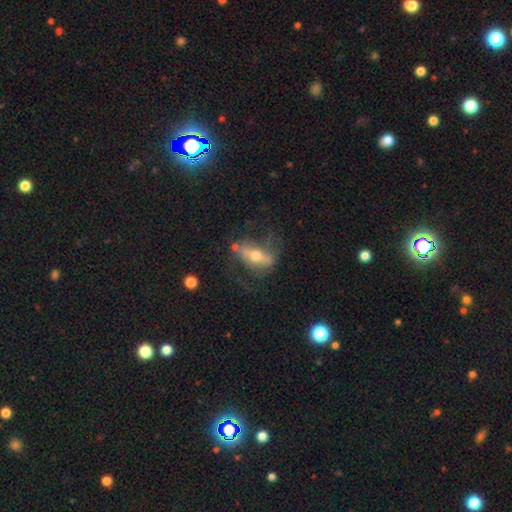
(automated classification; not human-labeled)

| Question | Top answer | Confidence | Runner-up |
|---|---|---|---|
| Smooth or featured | featured or disk | 66% | smooth (26%) |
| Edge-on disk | no | 68% | yes (32%) |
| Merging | none | 51% | major disturbance (23%) |